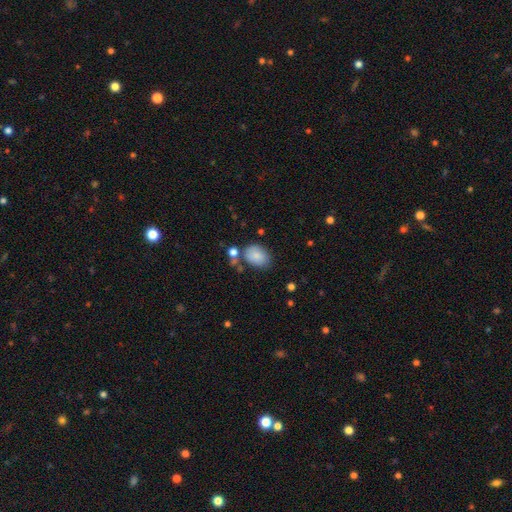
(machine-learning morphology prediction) This appears to be a smooth galaxy with no disk features (84%) that is in between round and cigar-shaped (74%). Merging: none (65%).